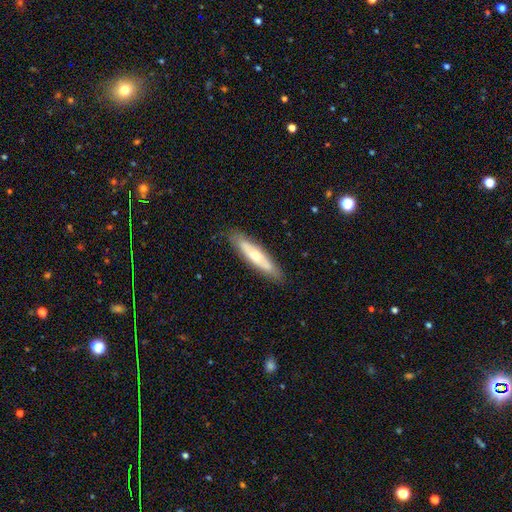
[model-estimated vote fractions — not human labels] smooth-or-featured: featured or disk: 50% | smooth: 44% | star or artifact: 6%
  merging: none: 86% | minor disturbance: 11% | major disturbance: 2% | merger: 1%